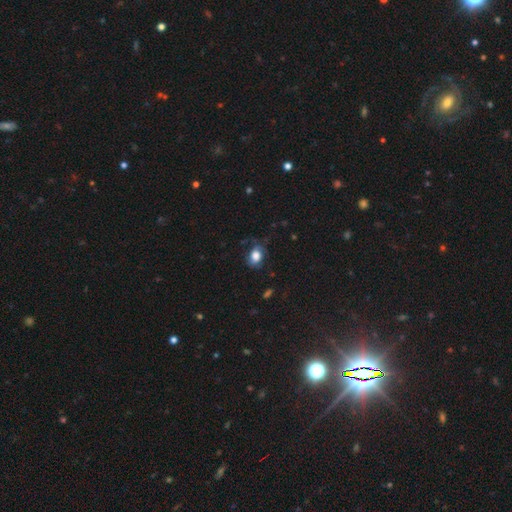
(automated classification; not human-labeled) A smooth galaxy with no disk features (73%) that is in between round and cigar-shaped (69%). Merging: none (52%).